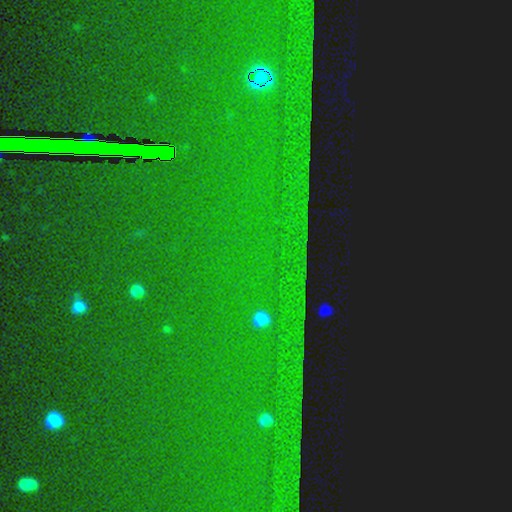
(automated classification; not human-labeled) Overall: star or artifact (87%).